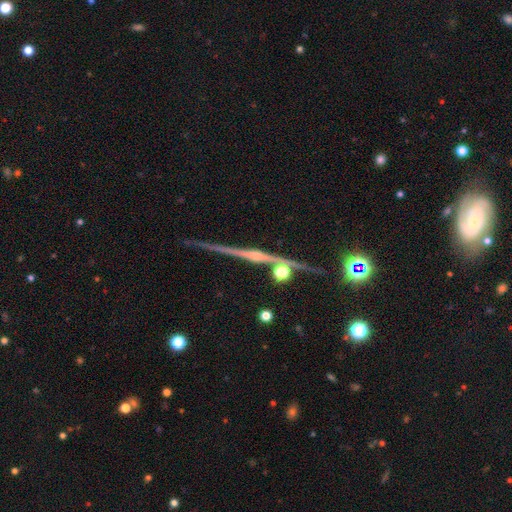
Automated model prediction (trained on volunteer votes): featured or disk 81%, star or artifact 11%, smooth 9%. Down the decision tree: edge-on disk — yes (98%); edge-on bulge — rounded (68%); merging — none (82%).